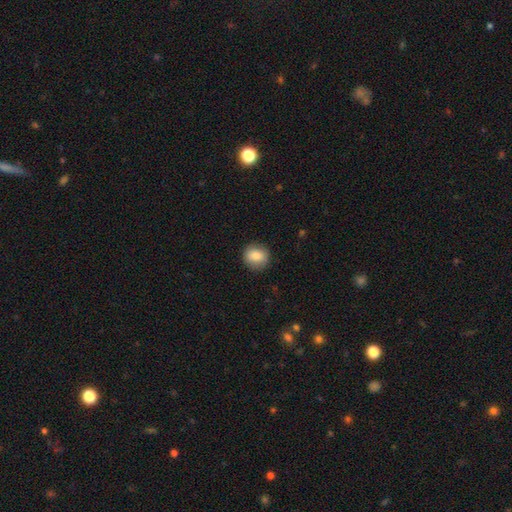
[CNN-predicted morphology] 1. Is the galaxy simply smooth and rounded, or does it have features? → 83% smooth, 8% featured or disk, 8% star or artifact.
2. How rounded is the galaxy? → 83% round, 16% in between, 1% cigar-shaped.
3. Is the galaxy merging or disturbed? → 88% none, 9% minor disturbance, 2% major disturbance, 1% merger.